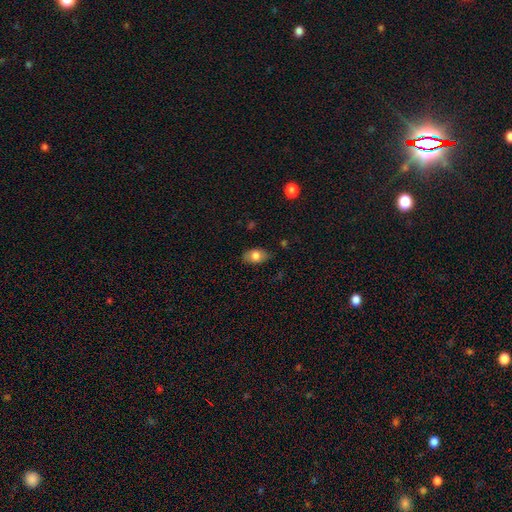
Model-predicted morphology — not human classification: Smooth or featured?
  - smooth: 77% *
  - featured or disk: 15%
  - star or artifact: 7%
How rounded?
  - in between: 90% *
  - round: 8%
  - cigar-shaped: 2%
Merging?
  - none: 78% *
  - minor disturbance: 17%
  - major disturbance: 3%
  - merger: 1%